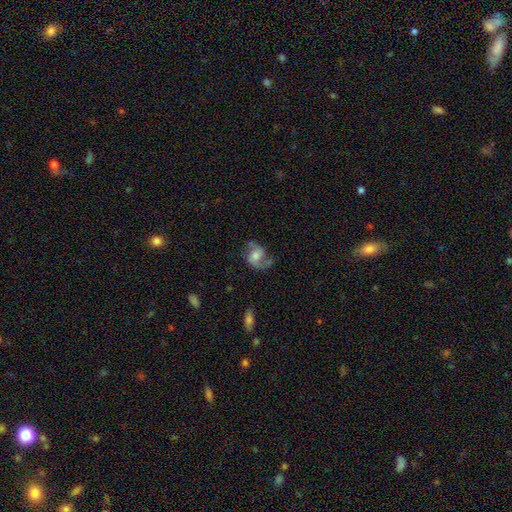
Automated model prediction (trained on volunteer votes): A featured or disk galaxy (77%) with no bar (60%), 2 (87%) medium (47%) spiral arms (94%) and a moderate central bulge (51%).

Vote fractions:
- Smooth or featured? featured or disk: 77% / smooth: 16% / star or artifact: 7%
- Edge-on disk? no: 98% / yes: 2%
- Bar? no: 60% / weak: 33% / strong: 7%
- Spiral arms? yes: 94% / no: 6%
- Spiral winding? medium: 47% / loose: 40% / tight: 13%
- Spiral arm count? 2: 87% / 1: 5% / can't tell: 4% / 3: 2% / 4: 1% / more than 4: 1%
- Bulge size? moderate: 51% / small: 23% / large: 16% / none: 7% / dominant: 2%
- Merging? none: 64% / minor disturbance: 19% / major disturbance: 14% / merger: 3%